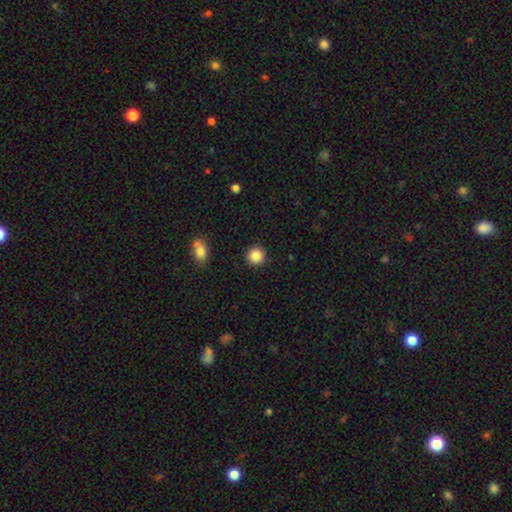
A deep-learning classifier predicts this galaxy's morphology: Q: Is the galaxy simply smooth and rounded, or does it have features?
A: smooth — 86%.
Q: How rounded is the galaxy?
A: round — 94%.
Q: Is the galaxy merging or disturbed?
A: none — 92%.